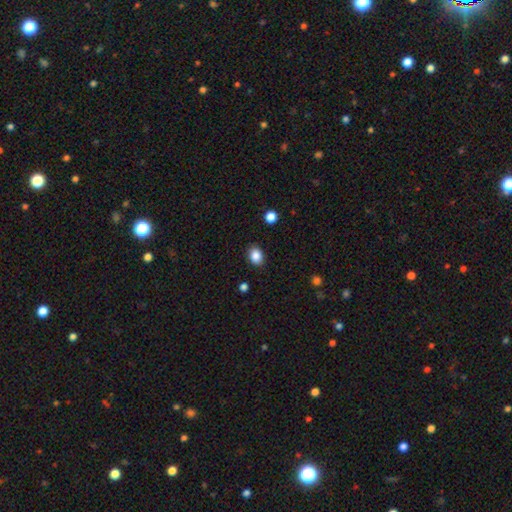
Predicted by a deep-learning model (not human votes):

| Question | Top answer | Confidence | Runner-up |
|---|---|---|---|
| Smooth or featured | smooth | 87% | star or artifact (9%) |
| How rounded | in between | 61% | round (38%) |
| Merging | none | 89% | minor disturbance (8%) |